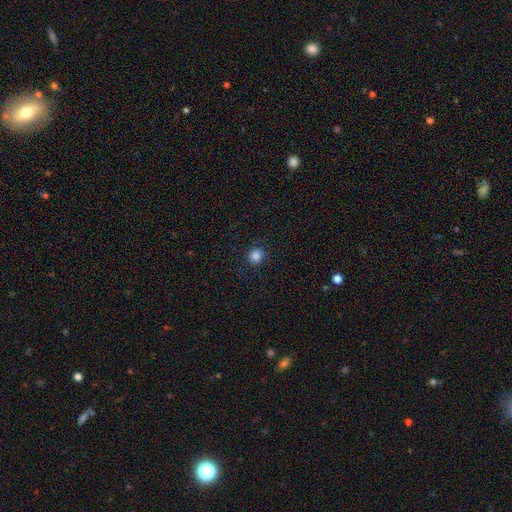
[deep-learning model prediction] Morphology: type=smooth (84%); roundness=round (90%); merging=none (87%).